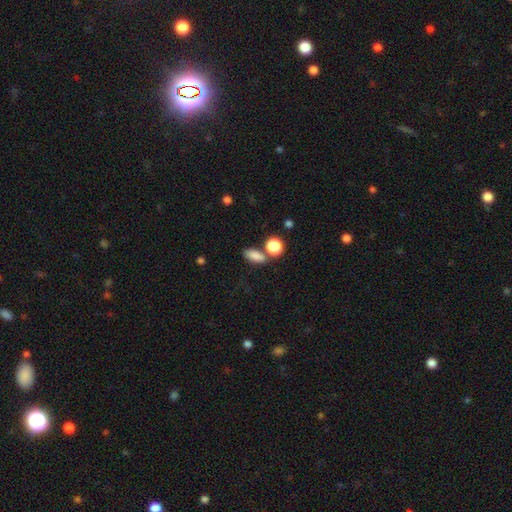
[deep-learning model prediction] Overall: smooth (84%). How rounded: in between (74%). Merging: none (62%).